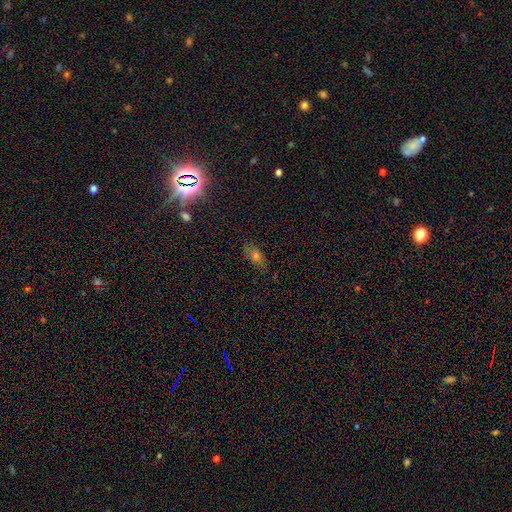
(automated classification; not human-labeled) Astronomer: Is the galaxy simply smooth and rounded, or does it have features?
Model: smooth — 42% (runner-up: star or artifact, 34%).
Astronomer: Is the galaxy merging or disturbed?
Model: none — 78%.